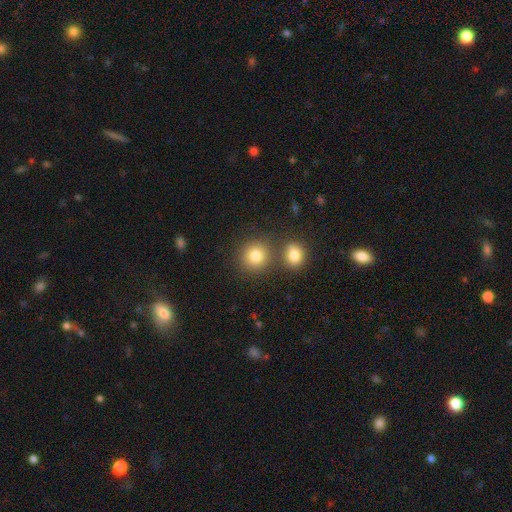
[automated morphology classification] type=smooth (82%); roundness=round (87%); merging=none (70%).